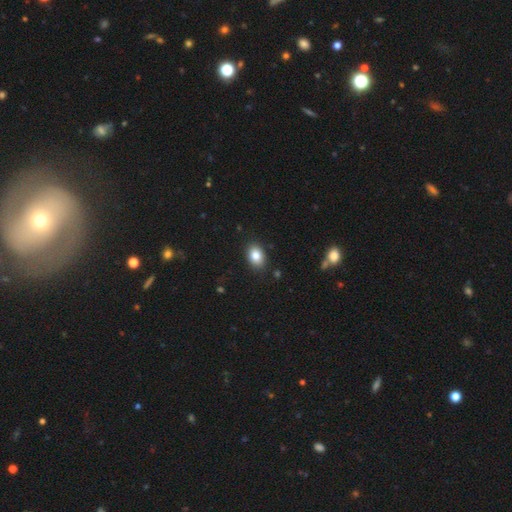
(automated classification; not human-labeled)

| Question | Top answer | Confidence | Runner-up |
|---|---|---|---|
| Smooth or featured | smooth | 84% | star or artifact (9%) |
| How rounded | in between | 81% | round (18%) |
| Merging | none | 88% | minor disturbance (9%) |